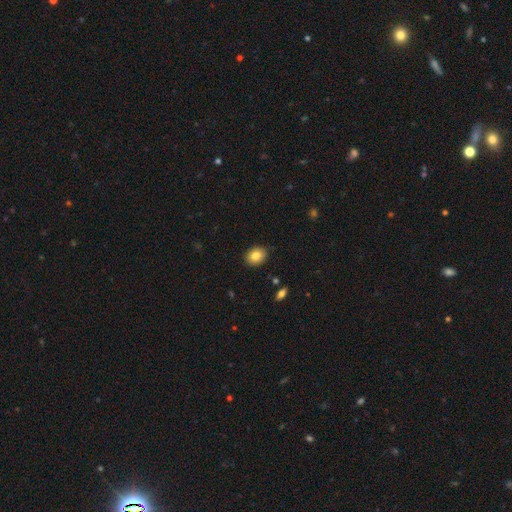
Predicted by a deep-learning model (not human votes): This appears to be a smooth galaxy with no disk features (83%) that is in between round and cigar-shaped (51%). Merging: none (89%).